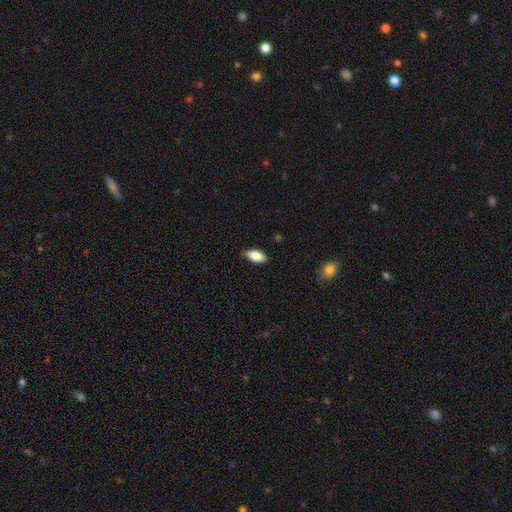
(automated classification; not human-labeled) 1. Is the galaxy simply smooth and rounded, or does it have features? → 84% smooth, 10% featured or disk, 7% star or artifact.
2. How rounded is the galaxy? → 89% in between, 8% cigar-shaped, 3% round.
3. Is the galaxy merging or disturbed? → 78% none, 18% minor disturbance, 3% major disturbance, 1% merger.